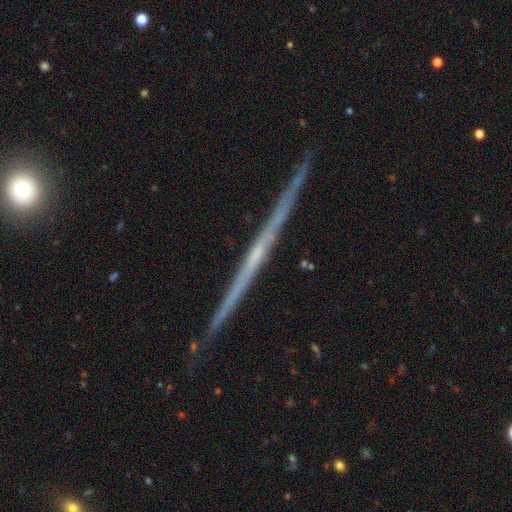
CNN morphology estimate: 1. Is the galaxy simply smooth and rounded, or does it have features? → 83% featured or disk, 11% smooth, 6% star or artifact.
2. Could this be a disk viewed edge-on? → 98% yes, 2% no.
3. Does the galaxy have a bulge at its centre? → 60% none, 33% rounded, 7% boxy.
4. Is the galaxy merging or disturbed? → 91% none, 6% minor disturbance, 1% major disturbance, 1% merger.